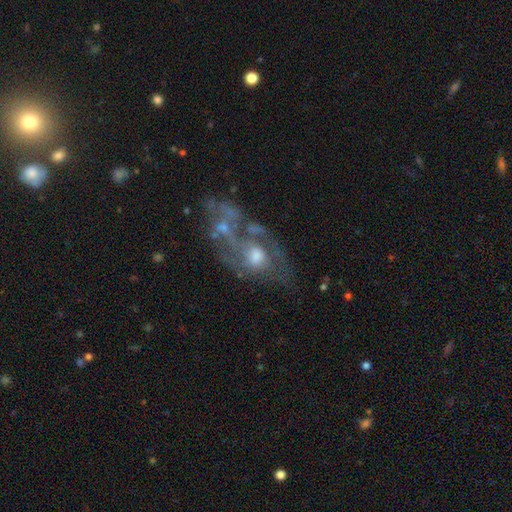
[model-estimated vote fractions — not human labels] Q: Smooth or featured?
A: featured or disk (72%); runner-up: smooth (18%)
Q: Edge-on disk?
A: no (95%); runner-up: yes (5%)
Q: Bar?
A: no (77%); runner-up: weak (19%)
Q: Spiral arms?
A: yes (53%); runner-up: no (47%)
Q: Bulge size?
A: moderate (56%); runner-up: small (24%)
Q: Merging?
A: merger (30%); runner-up: none (28%)